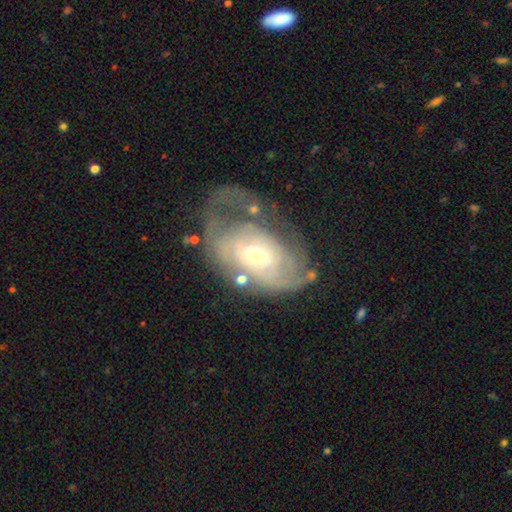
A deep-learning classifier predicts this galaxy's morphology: The model was most divided on "merging": none: 43%, major disturbance: 29%, minor disturbance: 23%, merger: 5%. Remaining: edge-on disk — no (95%); spiral arms — yes (82%); smooth or featured — featured or disk (78%); bar — no (68%); spiral winding — tight (58%); bulge size — small (55%); spiral arm count — can't tell (46%).